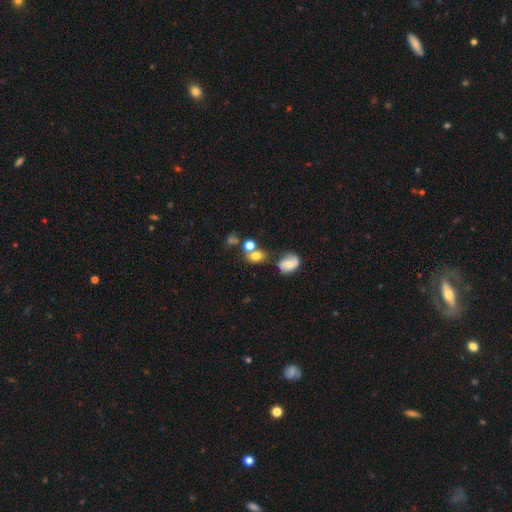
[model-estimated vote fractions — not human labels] smooth 72%, featured or disk 14%, star or artifact 13%. Down the decision tree: how rounded — round (51%); merging — none (45%).